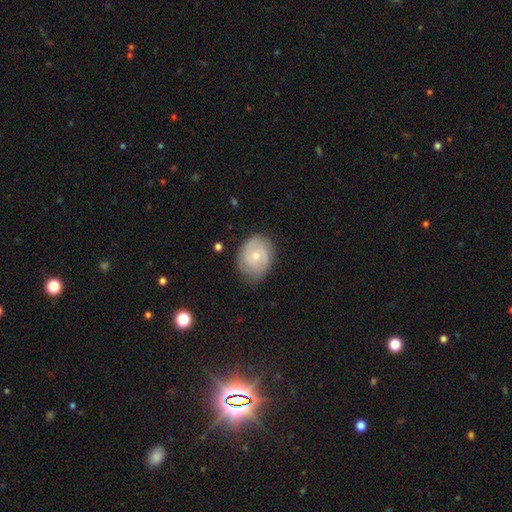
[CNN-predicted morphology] Smooth or featured: featured or disk — 54% (smooth — 39%)
Edge-on disk: no — 97% (yes — 3%)
Bar: no — 66% (weak — 30%)
Spiral arms: yes — 79% (no — 21%)
Bulge size: small — 49% (moderate — 47%)
Merging: none — 75% (minor disturbance — 19%)